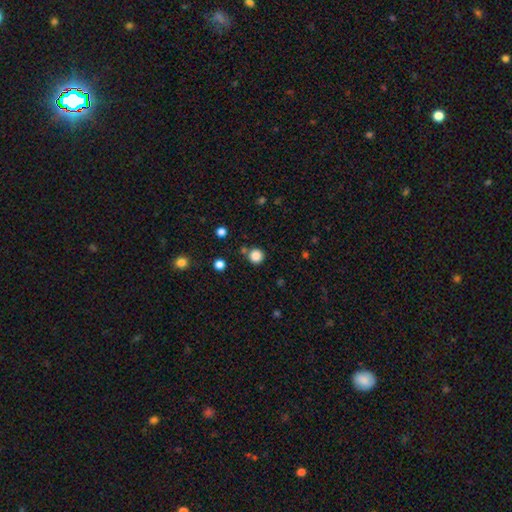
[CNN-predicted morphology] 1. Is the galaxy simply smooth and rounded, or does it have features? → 85% smooth, 12% star or artifact, 3% featured or disk.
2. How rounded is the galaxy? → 95% round, 4% in between, 1% cigar-shaped.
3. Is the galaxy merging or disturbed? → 84% none, 7% minor disturbance, 6% merger, 3% major disturbance.